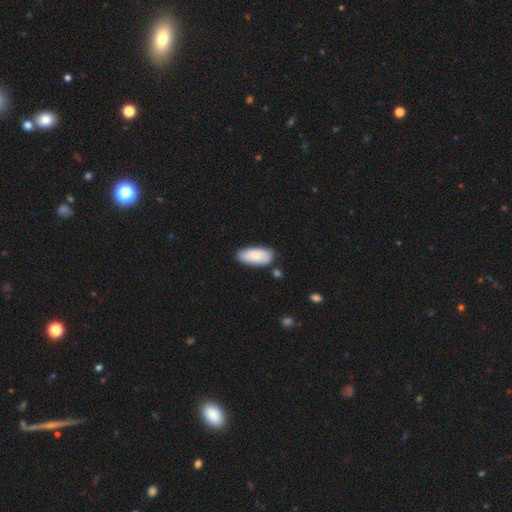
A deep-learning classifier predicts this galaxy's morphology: Q: Smooth or featured?
A: smooth (84%); runner-up: featured or disk (10%)
Q: How rounded?
A: in between (89%); runner-up: cigar-shaped (9%)
Q: Merging?
A: none (77%); runner-up: minor disturbance (16%)